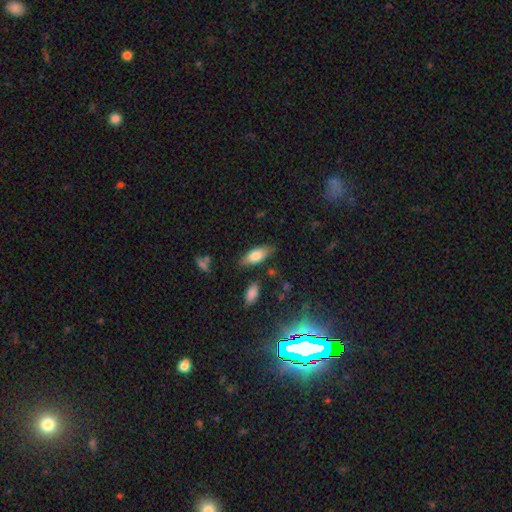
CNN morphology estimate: Q: Smooth or featured?
A: smooth (76%); runner-up: featured or disk (17%)
Q: How rounded?
A: in between (79%); runner-up: cigar-shaped (19%)
Q: Merging?
A: none (79%); runner-up: minor disturbance (15%)